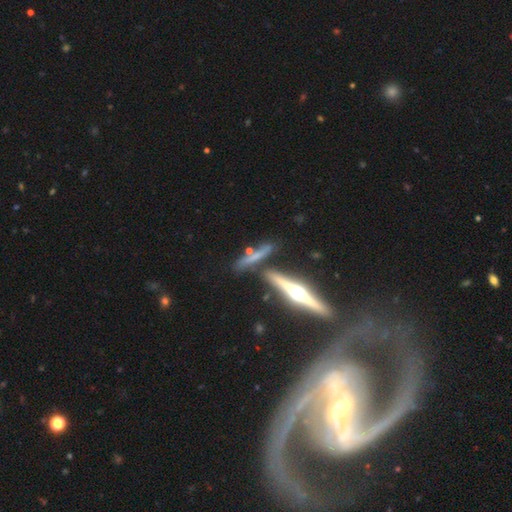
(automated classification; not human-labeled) Q: Smooth or featured?
A: featured or disk (63%); runner-up: smooth (27%)
Q: Edge-on disk?
A: yes (90%); runner-up: no (10%)
Q: Edge-on bulge?
A: rounded (76%); runner-up: none (16%)
Q: Merging?
A: none (67%); runner-up: merger (16%)